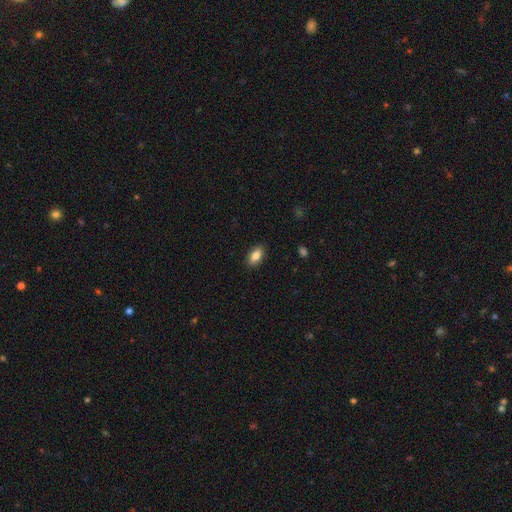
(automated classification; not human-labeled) smooth_or_featured: smooth (p=0.83) [alt: featured or disk p=0.09]
how_rounded: in between (p=0.90) [alt: round p=0.05]
merging: none (p=0.88) [alt: minor disturbance p=0.09]